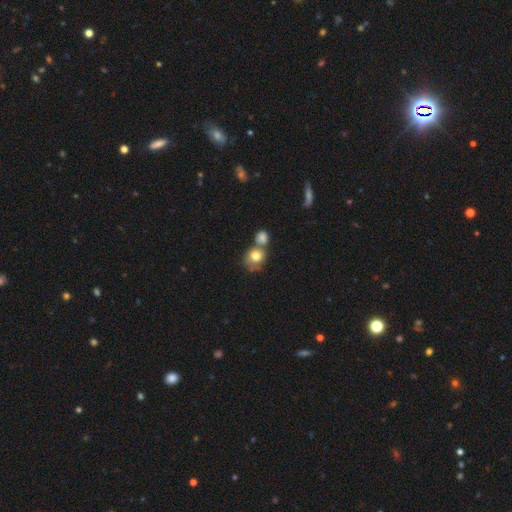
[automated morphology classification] This is likely a smooth galaxy (76%). How rounded: likely round (75%). Merging: possibly merger (47%).